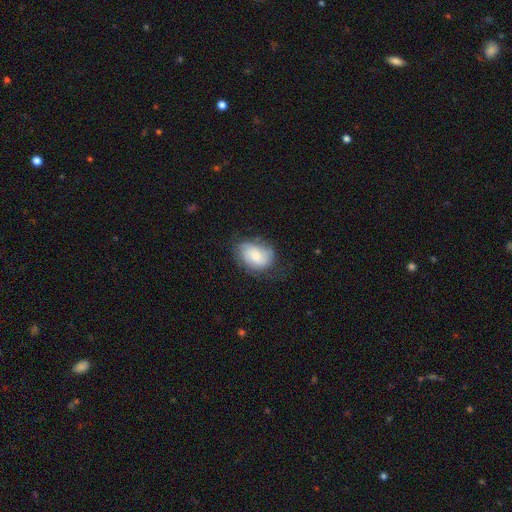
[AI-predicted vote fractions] A smooth galaxy with no disk features (58%) that is in between round and cigar-shaped (75%).

Vote fractions:
- Smooth or featured? smooth: 58% / featured or disk: 35% / star or artifact: 8%
- How rounded? in between: 75% / round: 24% / cigar-shaped: 1%
- Merging? none: 61% / minor disturbance: 27% / major disturbance: 11% / merger: 1%